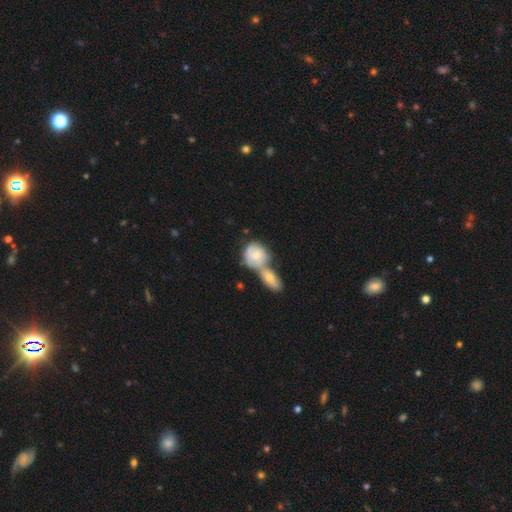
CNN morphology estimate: A smooth galaxy with no disk features (62%) that is round (68%).

Vote fractions:
- Smooth or featured? smooth: 62% / featured or disk: 31% / star or artifact: 6%
- How rounded? round: 68% / in between: 30% / cigar-shaped: 2%
- Merging? merger: 62% / none: 24% / minor disturbance: 9% / major disturbance: 4%